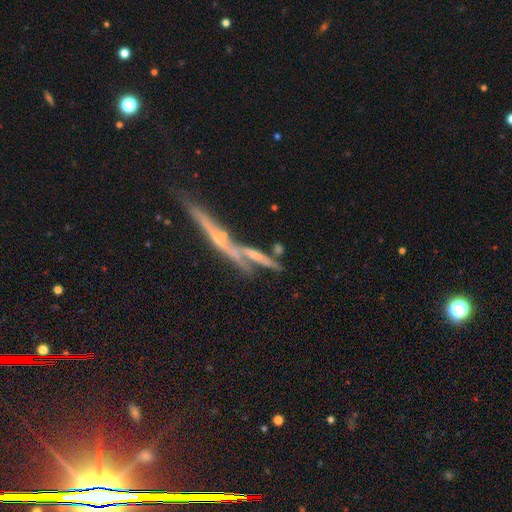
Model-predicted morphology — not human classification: type=featured or disk (52%); edge-on=yes (73%); merging=merger (41%).